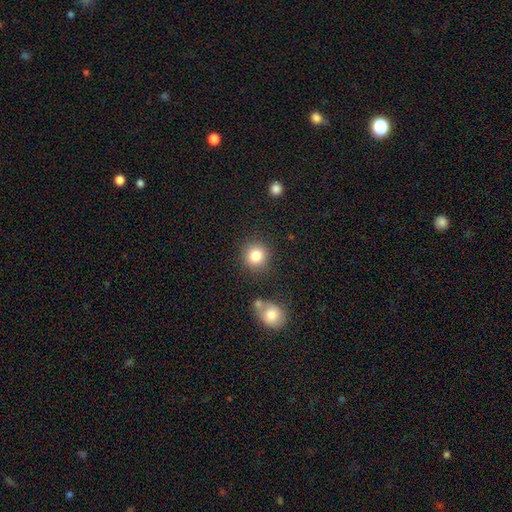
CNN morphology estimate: Smooth or featured? Predicted: smooth (p=0.84). How rounded? Predicted: round (p=0.91). Merging? Predicted: none (p=0.83).